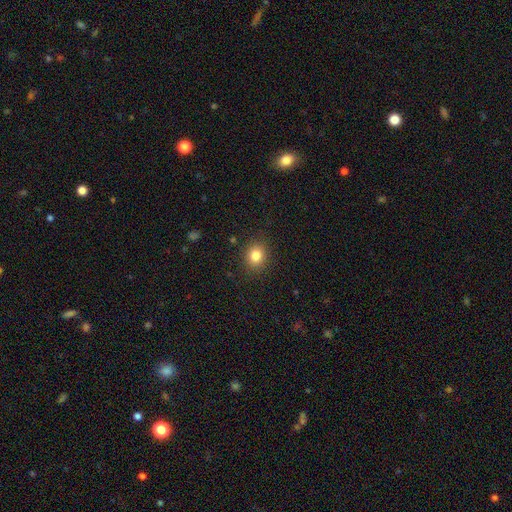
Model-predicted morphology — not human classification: This is clearly a smooth galaxy (82%). How rounded: likely round (75%). Merging: clearly none (89%).